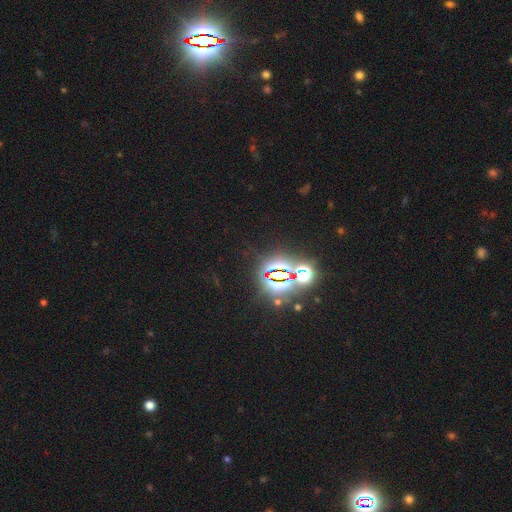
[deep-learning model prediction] Smooth or featured? star or artifact (83%)